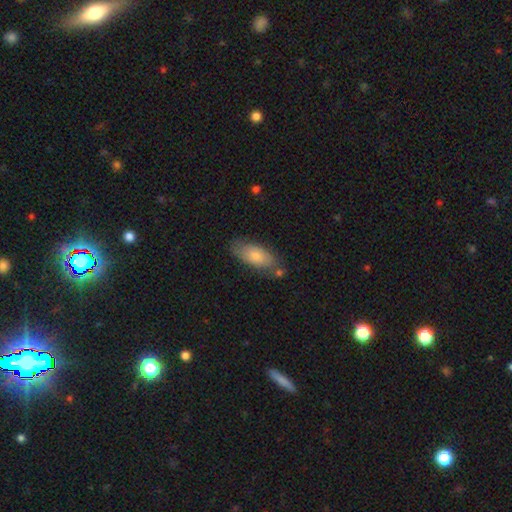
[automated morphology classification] Smooth or featured: smooth — 74% (featured or disk — 20%)
How rounded: in between — 84% (cigar-shaped — 14%)
Merging: none — 71% (minor disturbance — 19%)